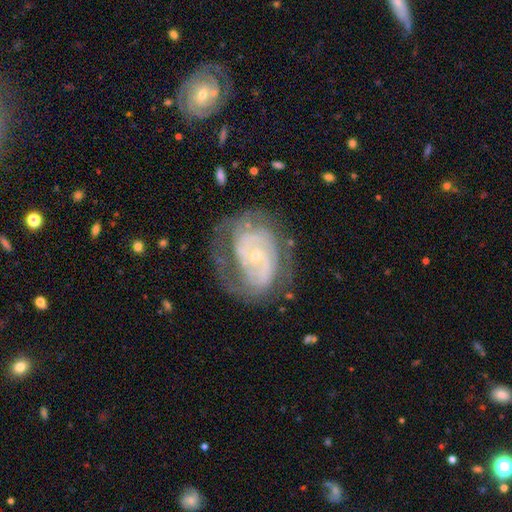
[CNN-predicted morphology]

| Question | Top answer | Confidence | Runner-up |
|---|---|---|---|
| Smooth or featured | featured or disk | 83% | smooth (11%) |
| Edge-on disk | no | 97% | yes (3%) |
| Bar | no | 68% | weak (26%) |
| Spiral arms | yes | 90% | no (10%) |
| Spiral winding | tight | 56% | medium (33%) |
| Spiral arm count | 2 | 40% | can't tell (32%) |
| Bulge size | small | 79% | moderate (16%) |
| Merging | none | 56% | minor disturbance (22%) |